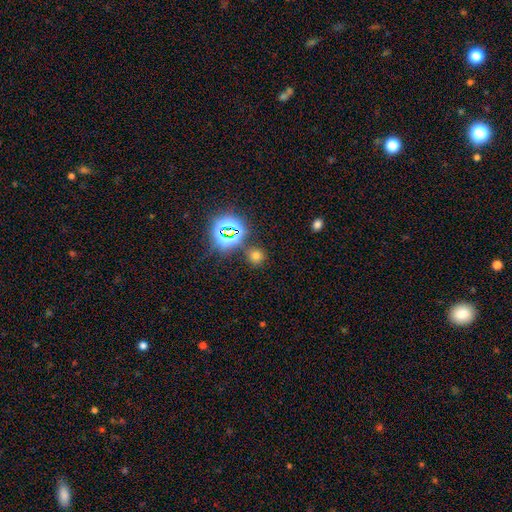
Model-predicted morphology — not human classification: This is likely a smooth galaxy (63%). How rounded: clearly round (89%). Merging: clearly none (82%).